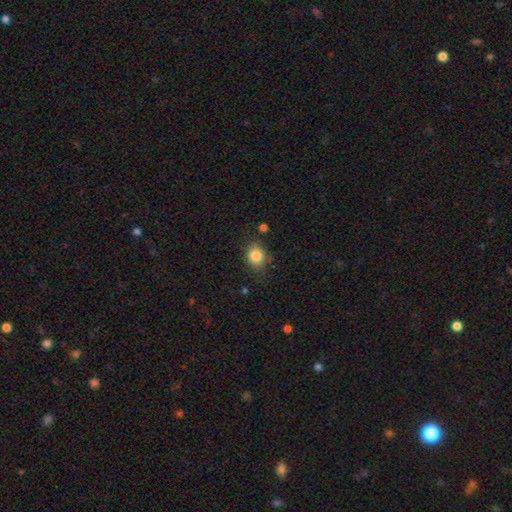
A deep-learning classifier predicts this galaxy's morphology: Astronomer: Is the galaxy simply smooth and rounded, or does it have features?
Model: smooth — 84%.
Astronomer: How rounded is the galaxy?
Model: round — 62% (runner-up: in between, 37%).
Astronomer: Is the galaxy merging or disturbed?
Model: none — 71%.